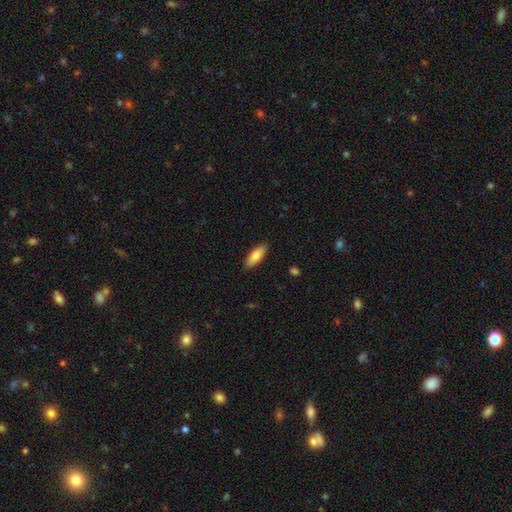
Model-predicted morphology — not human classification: Smooth or featured? Predicted: smooth (p=0.79). How rounded? Predicted: in between (p=0.69). Merging? Predicted: none (p=0.88).